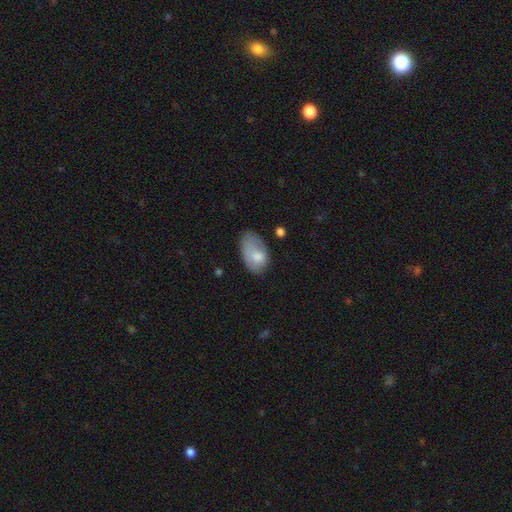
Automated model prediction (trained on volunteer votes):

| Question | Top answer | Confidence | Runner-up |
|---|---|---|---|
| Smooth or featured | smooth | 74% | featured or disk (19%) |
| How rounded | in between | 91% | round (7%) |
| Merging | minor disturbance | 38% | none (36%) |